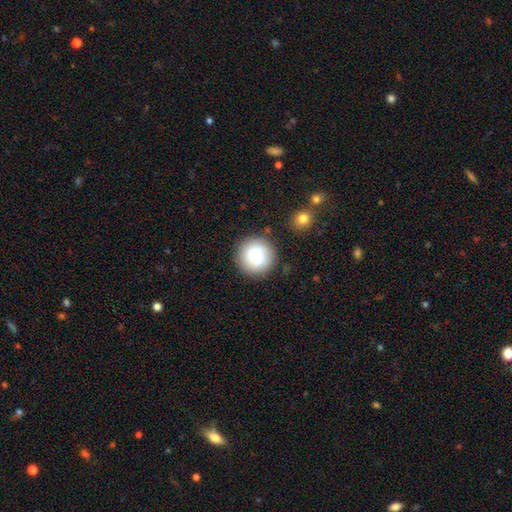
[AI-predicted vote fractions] Smooth or featured?
  - smooth: 82% *
  - featured or disk: 10%
  - star or artifact: 7%
How rounded?
  - round: 95% *
  - in between: 4%
  - cigar-shaped: 1%
Merging?
  - none: 85% *
  - minor disturbance: 9%
  - merger: 3%
  - major disturbance: 3%